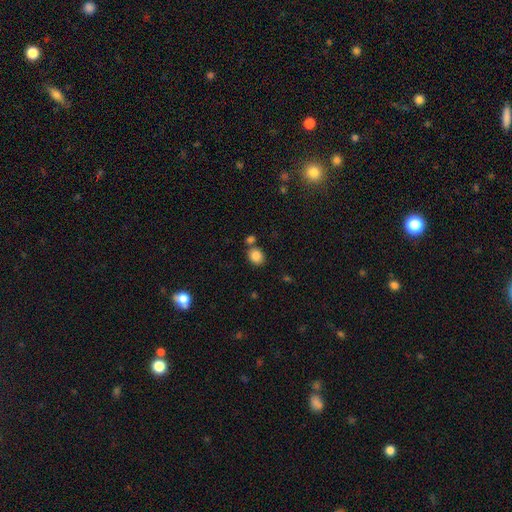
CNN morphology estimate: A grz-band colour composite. It shows a smooth galaxy with no disk features (85%) that is round (59%). Merging: none (68%).